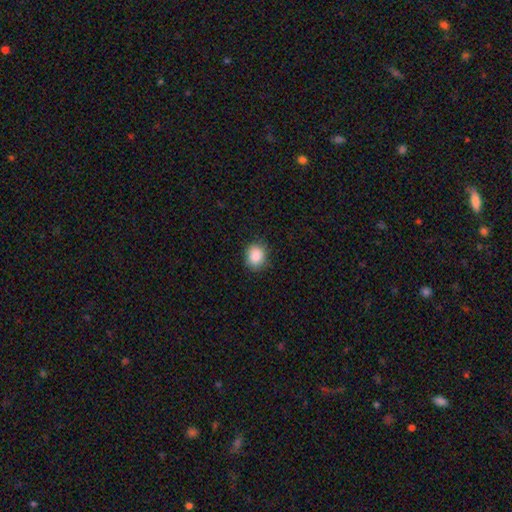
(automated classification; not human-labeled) Smooth or featured? Predicted: smooth (p=0.88). How rounded? Predicted: round (p=0.66). Merging? Predicted: none (p=0.84).